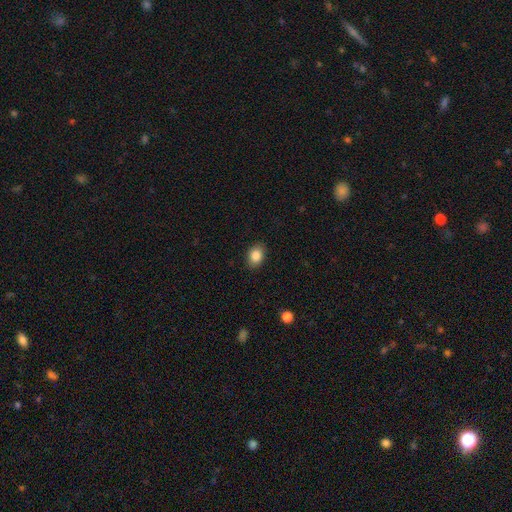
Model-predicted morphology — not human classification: Smooth or featured: smooth — 85% (star or artifact — 9%)
How rounded: in between — 70% (round — 29%)
Merging: none — 88% (minor disturbance — 9%)